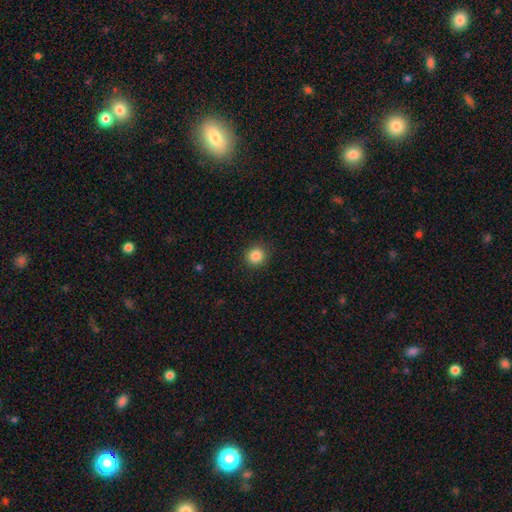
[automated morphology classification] This is clearly a smooth galaxy (85%). How rounded: clearly round (92%). Merging: clearly none (91%).